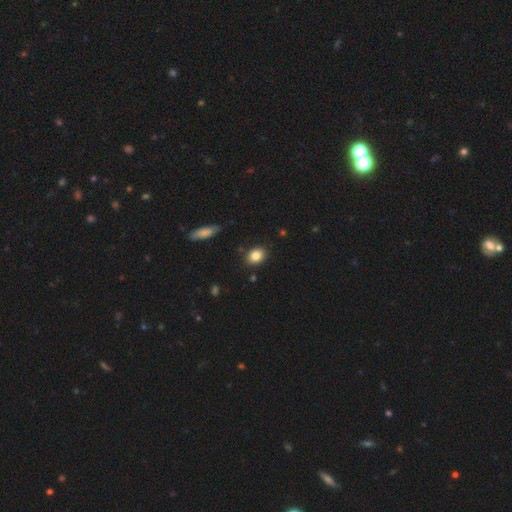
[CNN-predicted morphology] This appears to be a smooth galaxy with no disk features (84%) that is in between round and cigar-shaped (63%). Merging: none (87%).